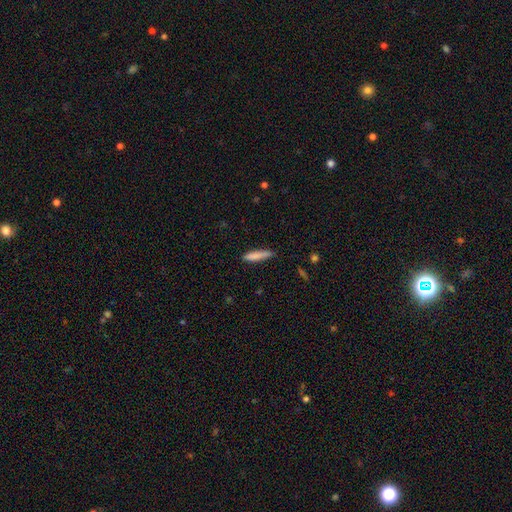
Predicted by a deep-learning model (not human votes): Smooth or featured? smooth (82%)
How rounded? cigar-shaped (86%)
Merging? none (77%)